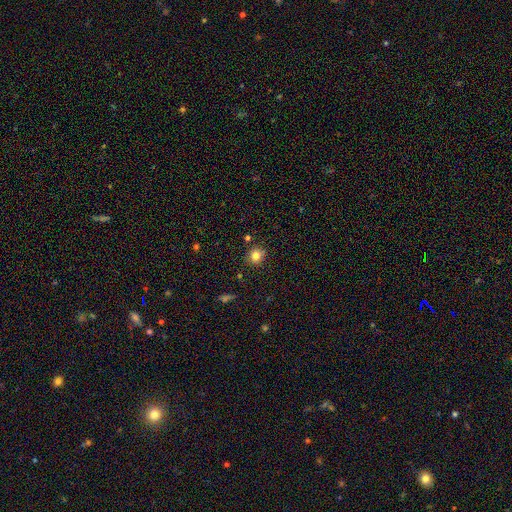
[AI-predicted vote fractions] This appears to be a smooth galaxy with no disk features (80%) that is round (87%). Merging: none (84%).